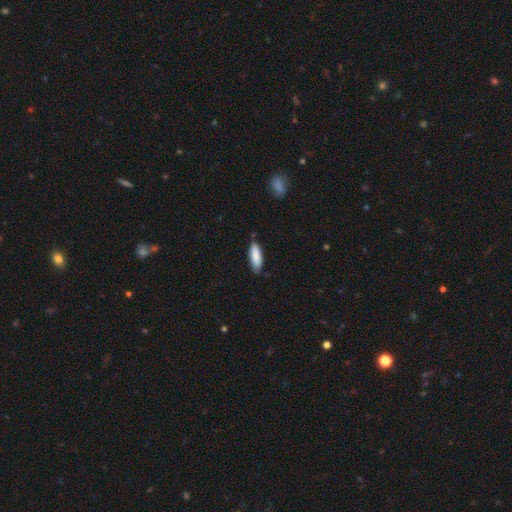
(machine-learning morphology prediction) Smooth or featured? smooth (87%)
How rounded? in between (59%)
Merging? none (77%)